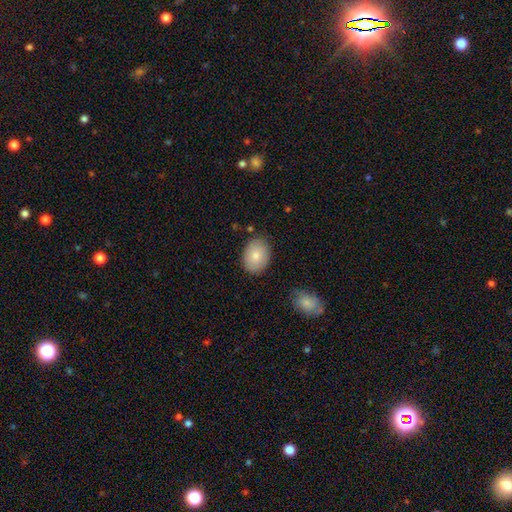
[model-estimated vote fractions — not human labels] Smooth or featured?
  - smooth: 82% *
  - featured or disk: 12%
  - star or artifact: 7%
How rounded?
  - in between: 73% *
  - round: 26%
  - cigar-shaped: 1%
Merging?
  - none: 84% *
  - minor disturbance: 12%
  - major disturbance: 2%
  - merger: 2%